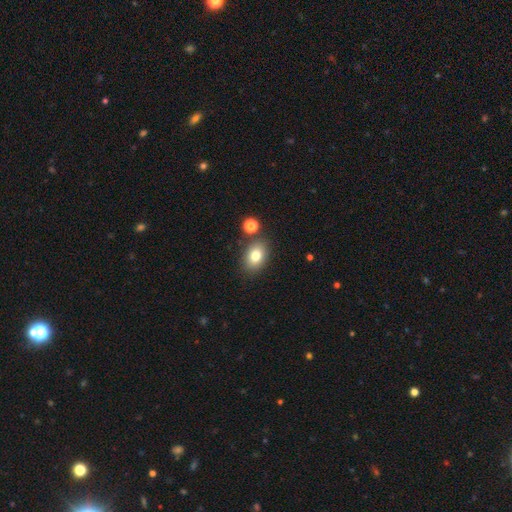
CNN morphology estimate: The model was most divided on "how rounded": in between: 75%, round: 24%, cigar-shaped: 1%. More confident: smooth or featured — smooth (79%); merging — none (79%).